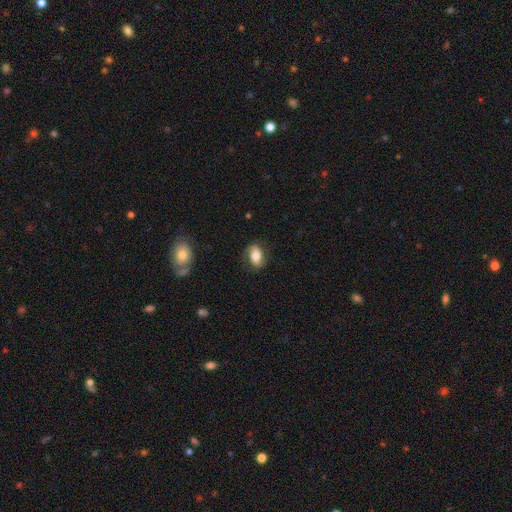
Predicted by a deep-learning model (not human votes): smooth-or-featured: smooth: 54% | featured or disk: 39% | star or artifact: 8%
  how-rounded: in between: 83% | round: 14% | cigar-shaped: 3%
  merging: none: 72% | minor disturbance: 19% | major disturbance: 8% | merger: 1%